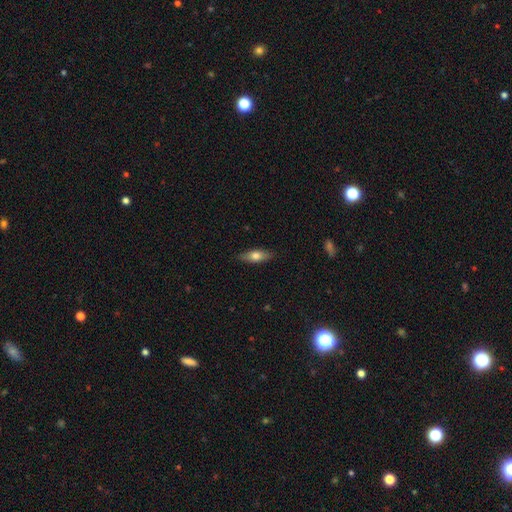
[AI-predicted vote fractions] The model was most divided on "how rounded": in between: 59%, cigar-shaped: 38%, round: 3%. More confident: merging — none (87%); smooth or featured — smooth (66%).